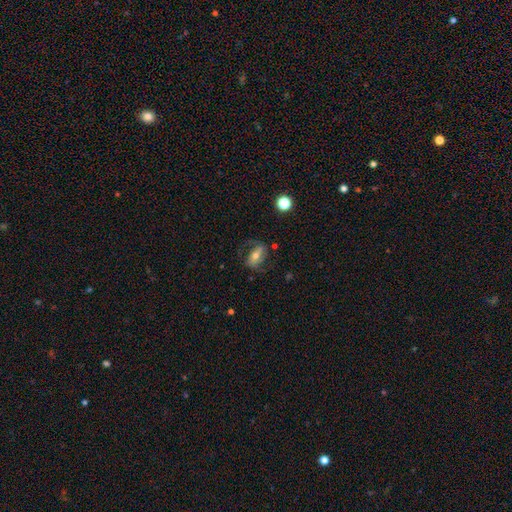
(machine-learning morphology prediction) A featured or disk galaxy (56%) with a strong bar (40%), spiral arms (75%) and a moderate central bulge (59%).

Vote fractions:
- Smooth or featured? featured or disk: 56% / smooth: 34% / star or artifact: 9%
- Edge-on disk? no: 91% / yes: 9%
- Bar? strong: 40% / no: 30% / weak: 29%
- Spiral arms? yes: 75% / no: 25%
- Bulge size? moderate: 59% / small: 31% / large: 7% / none: 2% / dominant: 2%
- Merging? none: 62% / minor disturbance: 19% / major disturbance: 17% / merger: 2%